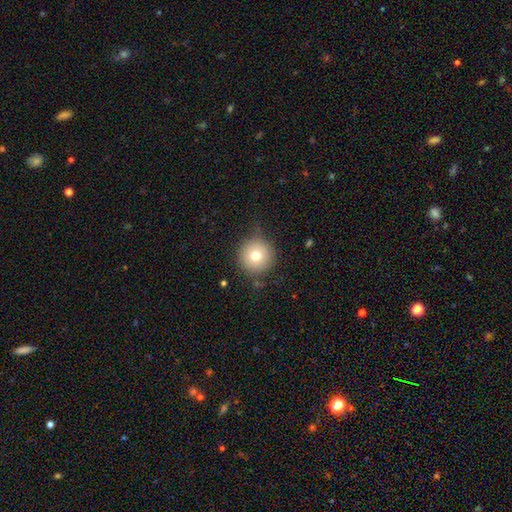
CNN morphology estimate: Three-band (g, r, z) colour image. It shows a smooth galaxy with no disk features (73%) that is round (96%). Merging: none (81%).